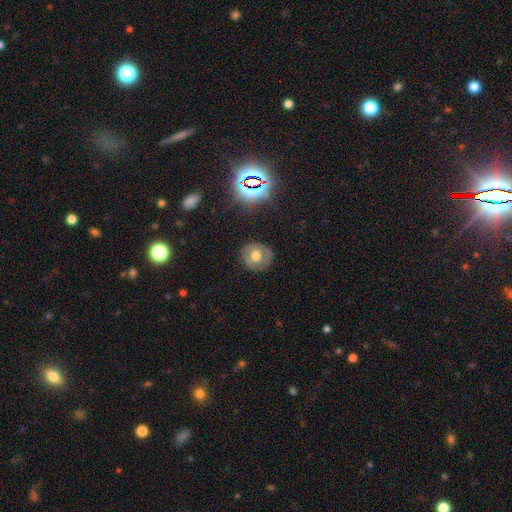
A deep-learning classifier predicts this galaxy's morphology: A smooth galaxy with no disk features (52%) that is round (87%). Merging: none (83%).